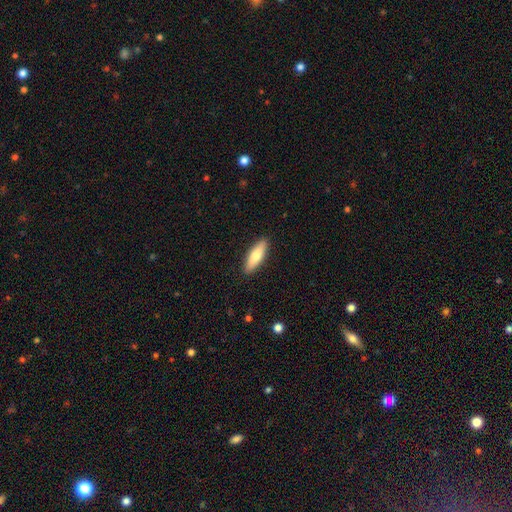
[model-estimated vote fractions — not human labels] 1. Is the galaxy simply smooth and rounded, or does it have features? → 73% smooth, 21% featured or disk, 5% star or artifact.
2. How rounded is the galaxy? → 49% cigar-shaped (tied), 49% in between (tied), 2% round.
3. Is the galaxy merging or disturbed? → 90% none, 7% minor disturbance, 2% major disturbance, 1% merger.